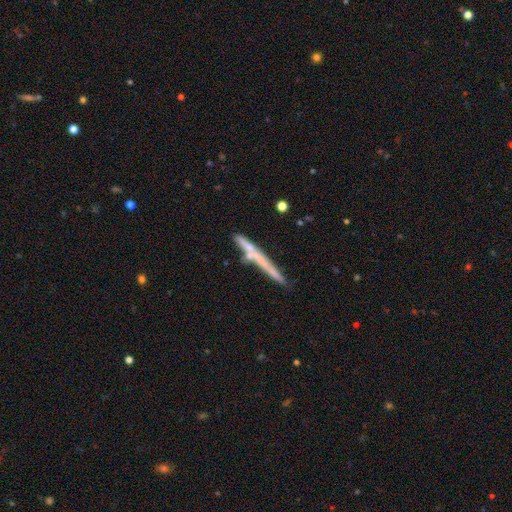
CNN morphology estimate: The model was most divided on "smooth or featured": featured or disk: 49%, smooth: 43%, star or artifact: 7%. More confident: merging — none (75%).